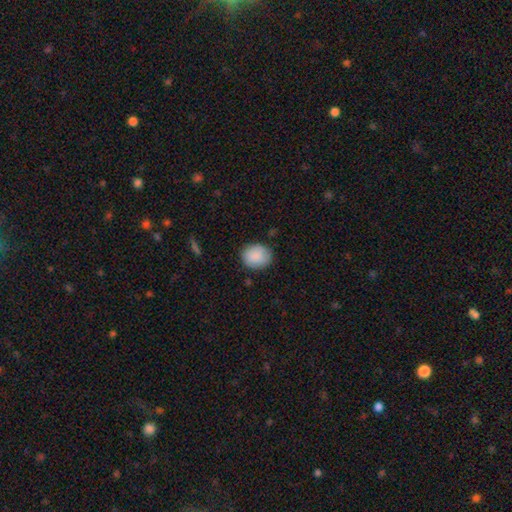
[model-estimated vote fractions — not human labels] Q: Smooth or featured?
A: smooth (89%); runner-up: star or artifact (7%)
Q: How rounded?
A: round (67%); runner-up: in between (33%)
Q: Merging?
A: none (83%); runner-up: minor disturbance (13%)